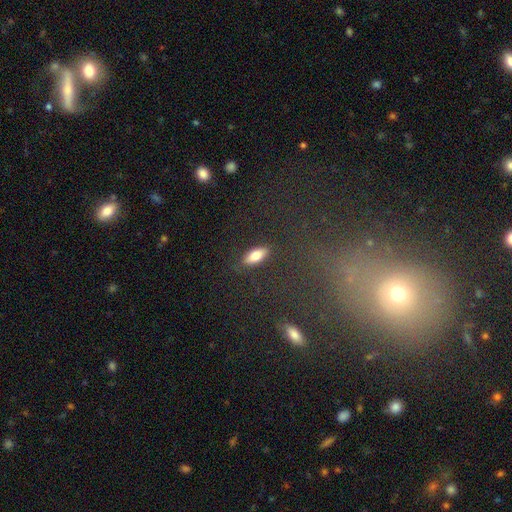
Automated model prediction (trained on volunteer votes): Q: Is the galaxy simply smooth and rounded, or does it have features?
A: smooth — 77%.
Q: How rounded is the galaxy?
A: in between — 75%.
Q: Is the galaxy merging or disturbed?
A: none — 86%.